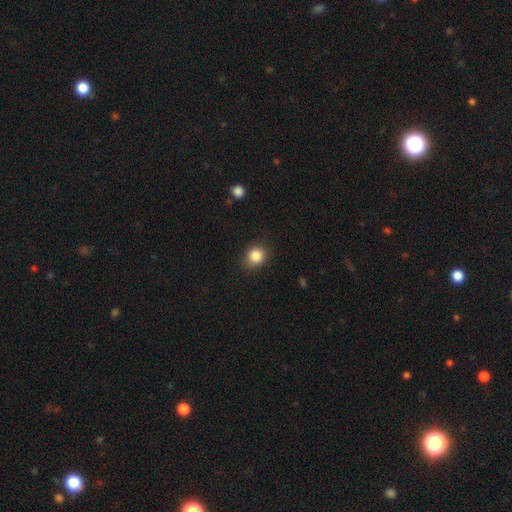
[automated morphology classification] A smooth galaxy with no disk features (86%) that is round (67%).

Vote fractions:
- Smooth or featured? smooth: 86% / star or artifact: 10% / featured or disk: 5%
- How rounded? round: 67% / in between: 32% / cigar-shaped: 1%
- Merging? none: 84% / minor disturbance: 12% / major disturbance: 3% / merger: 1%